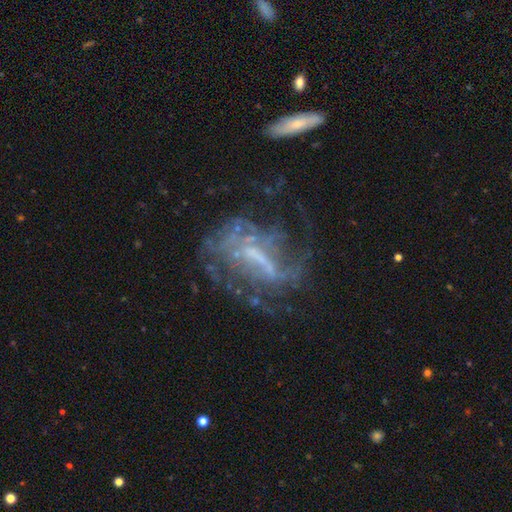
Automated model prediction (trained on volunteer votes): This appears to be a featured or disk galaxy (76%) with a strong bar (38%), spiral arms (62%) and no central bulge (41%). Merging: none (43%).